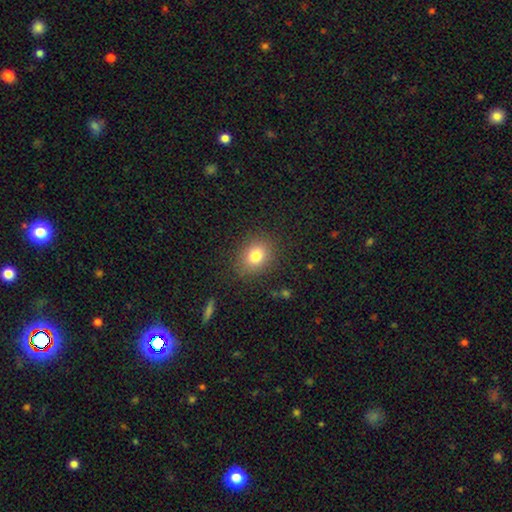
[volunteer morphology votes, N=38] This appears to be a smooth galaxy with no disk features (79%) that is round (63%). Merging: none (83%).